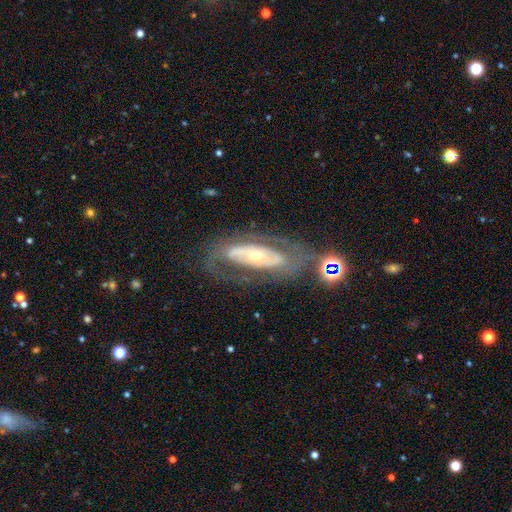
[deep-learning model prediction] A featured or disk galaxy (78%) with no bar (68%), spiral arms (62%) and a small central bulge (54%).

Vote fractions:
- Smooth or featured? featured or disk: 78% / smooth: 15% / star or artifact: 7%
- Edge-on disk? no: 89% / yes: 11%
- Bar? no: 68% / weak: 17% / strong: 15%
- Spiral arms? yes: 62% / no: 38%
- Bulge size? small: 54% / moderate: 40% / large: 4% / dominant: 1% / none: 1%
- Merging? none: 66% / minor disturbance: 16% / major disturbance: 15% / merger: 4%